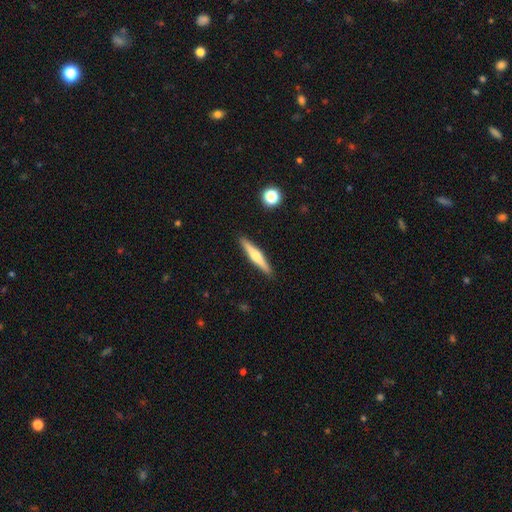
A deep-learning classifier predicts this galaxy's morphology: Smooth or featured? featured or disk (57%)
Edge-on disk? yes (97%)
Edge-on bulge? rounded (83%)
Merging? none (91%)